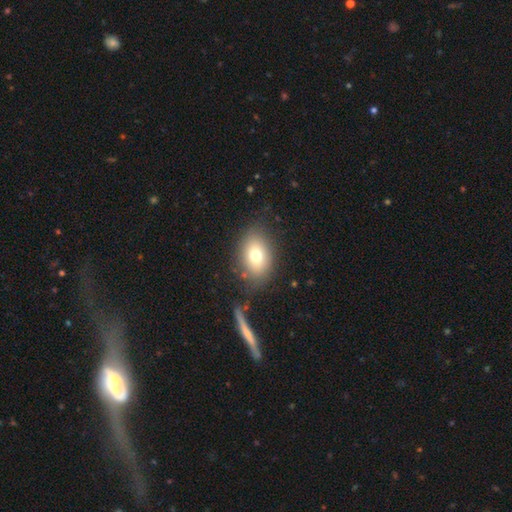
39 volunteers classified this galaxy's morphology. A smooth galaxy with no disk features (79%) that is in between round and cigar-shaped (77%). Merging: none (57%).